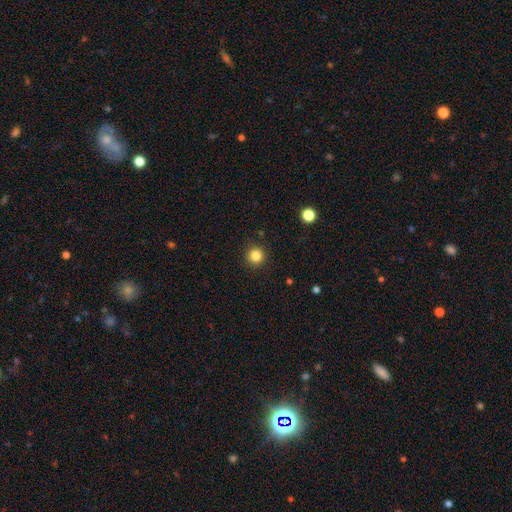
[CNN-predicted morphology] Smooth or featured: smooth — 84% (star or artifact — 12%)
How rounded: round — 95% (in between — 4%)
Merging: none — 92% (minor disturbance — 5%)